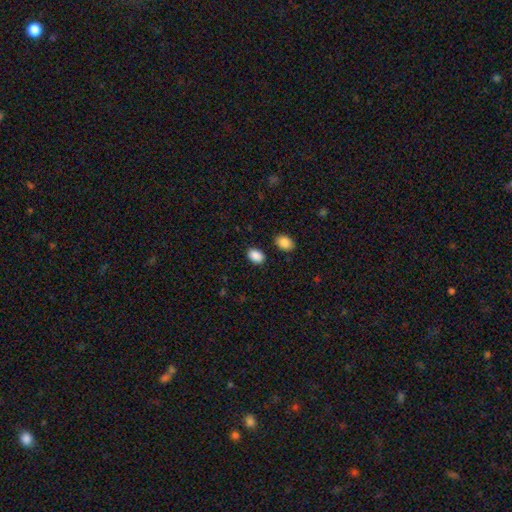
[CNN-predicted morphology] The model was most divided on "how rounded": in between: 82%, round: 17%, cigar-shaped: 1%. More confident: smooth or featured — smooth (89%); merging — none (85%).